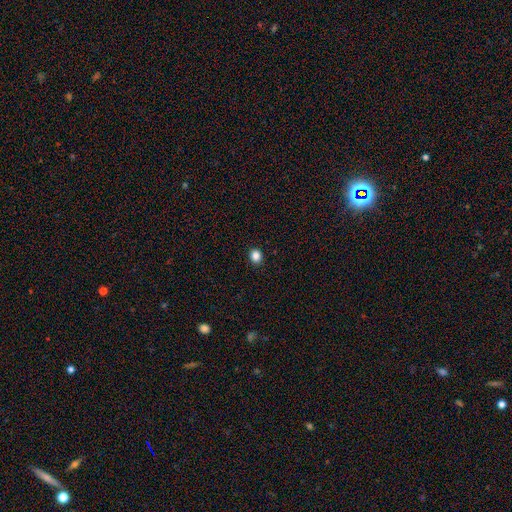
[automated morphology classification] A smooth galaxy with no disk features (85%) that is round (74%).

Vote fractions:
- Smooth or featured? smooth: 85% / star or artifact: 12% / featured or disk: 4%
- How rounded? round: 74% / in between: 25% / cigar-shaped: 1%
- Merging? none: 92% / minor disturbance: 6% / major disturbance: 2% / merger: 1%